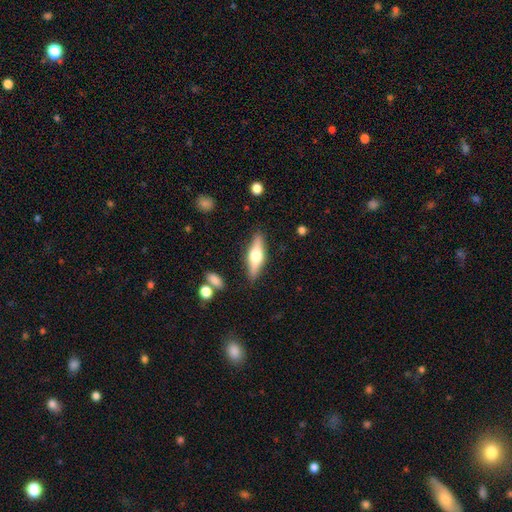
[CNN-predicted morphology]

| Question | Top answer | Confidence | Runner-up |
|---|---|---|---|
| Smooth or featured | featured or disk | 56% | smooth (38%) |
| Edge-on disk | yes | 93% | no (7%) |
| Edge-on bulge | rounded | 94% | boxy (5%) |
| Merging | none | 86% | minor disturbance (9%) |